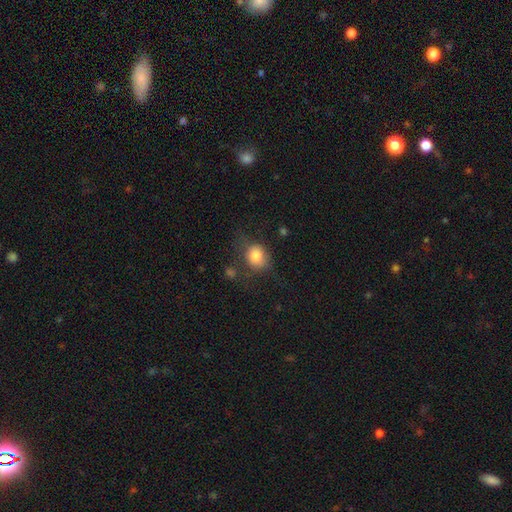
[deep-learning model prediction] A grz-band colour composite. It shows a smooth galaxy with no disk features (81%) that is round (64%). Merging: none (58%).